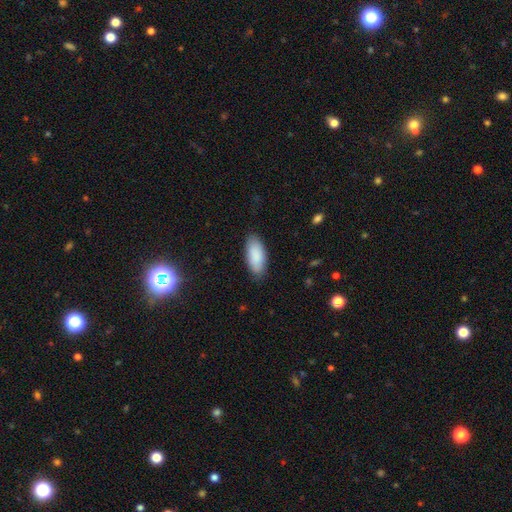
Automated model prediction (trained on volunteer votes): Smooth or featured?
  - smooth: 89% *
  - star or artifact: 6%
  - featured or disk: 5%
How rounded?
  - in between: 89% *
  - cigar-shaped: 10%
  - round: 2%
Merging?
  - none: 85% *
  - minor disturbance: 12%
  - major disturbance: 2%
  - merger: 1%